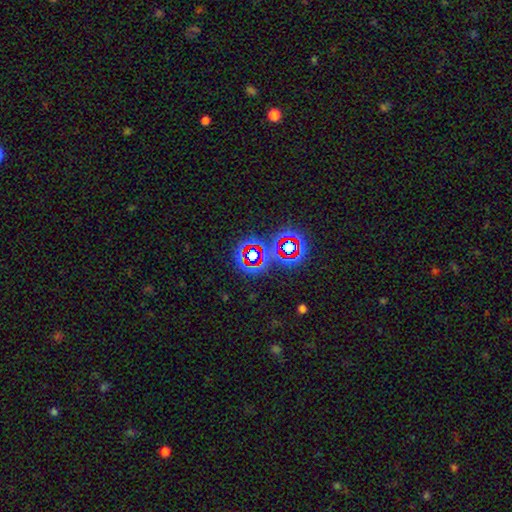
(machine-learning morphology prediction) Smooth or featured? Predicted: star or artifact (p=0.71).